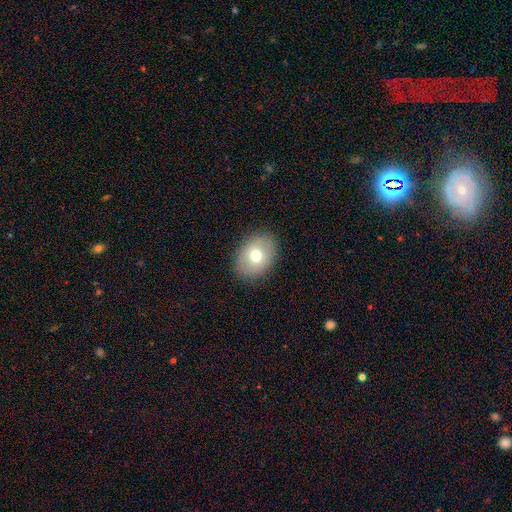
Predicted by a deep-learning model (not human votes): smooth_or_featured: smooth (p=0.72) [alt: featured or disk p=0.19]
how_rounded: in between (p=0.68) [alt: round p=0.32]
merging: none (p=0.88) [alt: minor disturbance p=0.09]